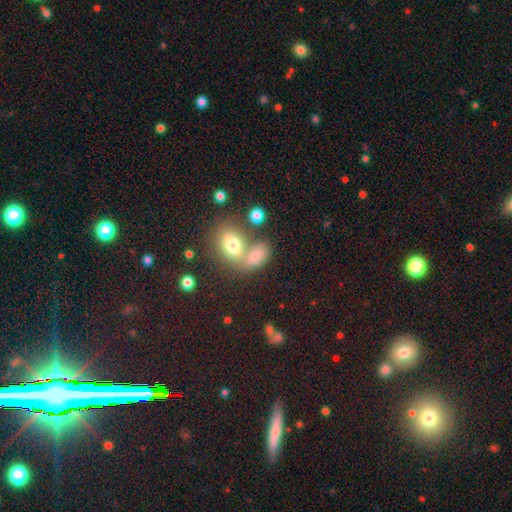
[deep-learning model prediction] smooth-or-featured: smooth: 75% | star or artifact: 13% | featured or disk: 12%
  how-rounded: in between: 77% | round: 20% | cigar-shaped: 3%
  merging: merger: 46% | none: 37% | minor disturbance: 10% | major disturbance: 6%